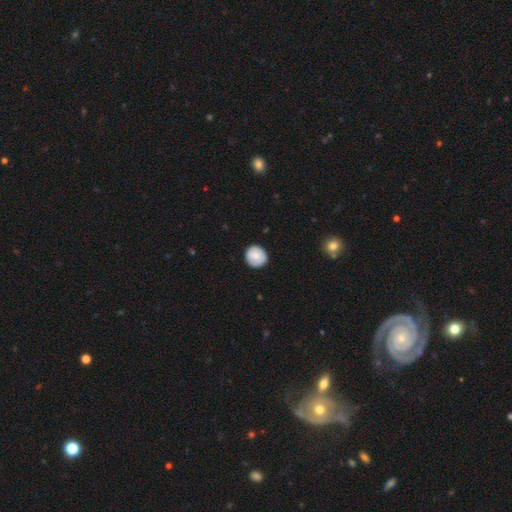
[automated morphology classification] Smooth or featured? Predicted: smooth (p=0.79). How rounded? Predicted: round (p=0.92). Merging? Predicted: none (p=0.87).